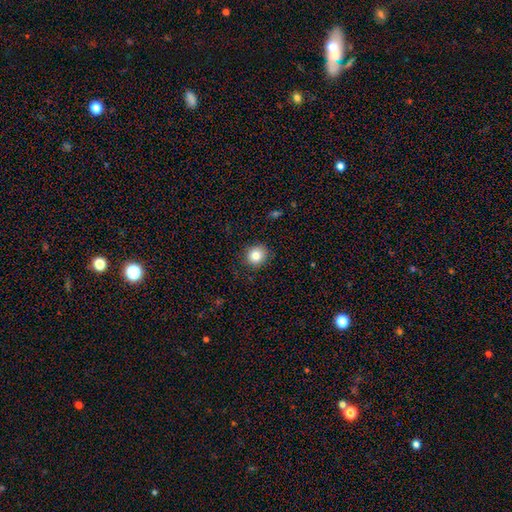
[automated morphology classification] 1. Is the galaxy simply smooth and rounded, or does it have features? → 83% smooth, 10% star or artifact, 7% featured or disk.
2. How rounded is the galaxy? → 88% round, 11% in between, 1% cigar-shaped.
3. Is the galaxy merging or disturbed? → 89% none, 8% minor disturbance, 2% major disturbance, 1% merger.